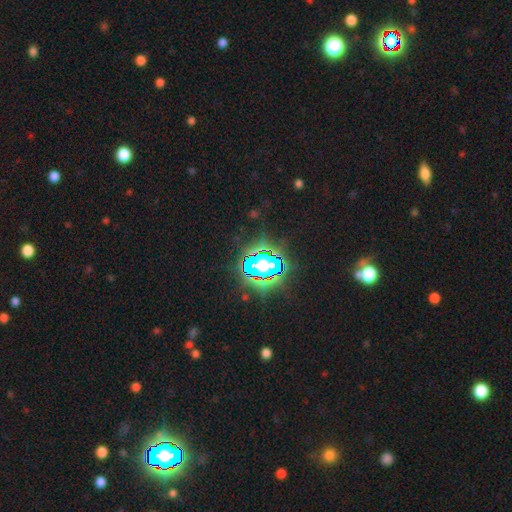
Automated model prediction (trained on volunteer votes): smooth-or-featured: star or artifact: 79% | smooth: 12% | featured or disk: 9%